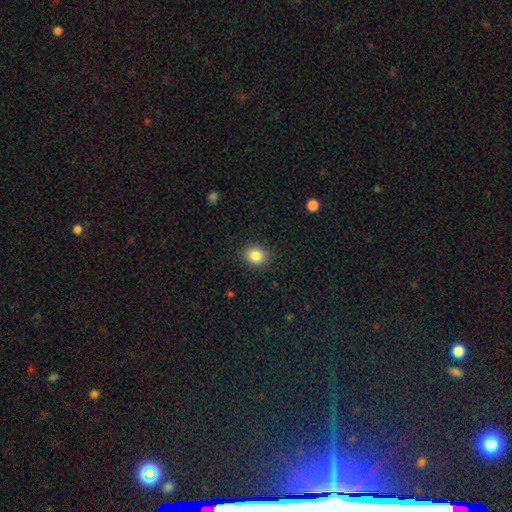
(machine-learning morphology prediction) Smooth or featured?
  - smooth: 85% *
  - star or artifact: 10%
  - featured or disk: 5%
How rounded?
  - round: 64% *
  - in between: 36%
  - cigar-shaped: 1%
Merging?
  - none: 89% *
  - minor disturbance: 7%
  - major disturbance: 2%
  - merger: 1%